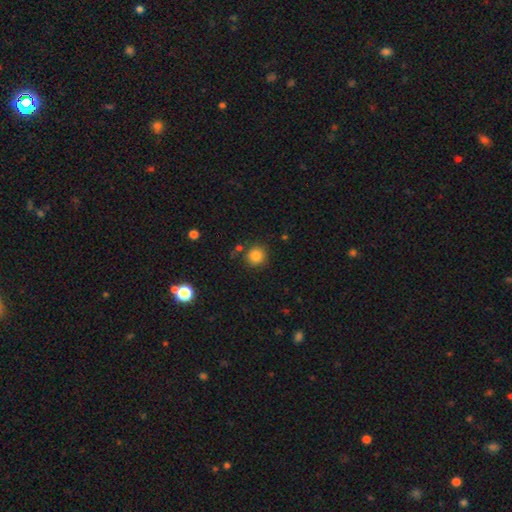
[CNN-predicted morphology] Smooth or featured? Predicted: smooth (p=0.84). How rounded? Predicted: round (p=0.92). Merging? Predicted: none (p=0.81).